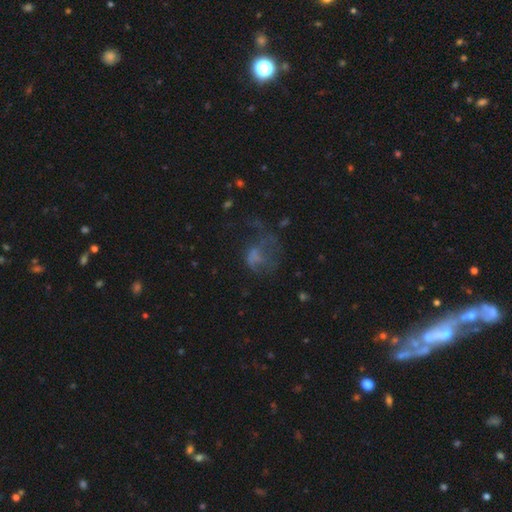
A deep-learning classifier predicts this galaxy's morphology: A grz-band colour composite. It shows a smooth galaxy with no disk features (41%). Merging: major disturbance (53%).